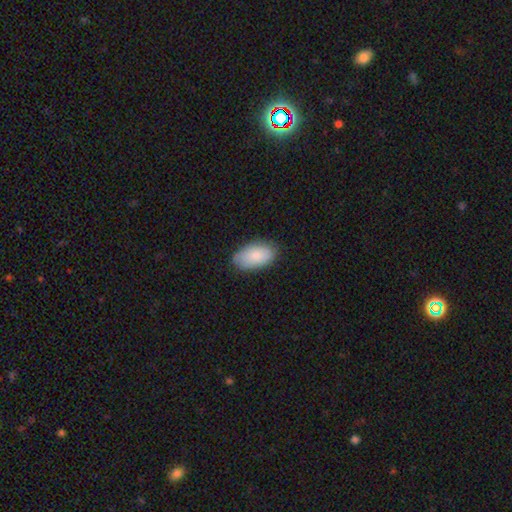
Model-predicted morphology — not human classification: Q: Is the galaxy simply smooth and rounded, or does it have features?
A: smooth — 85%.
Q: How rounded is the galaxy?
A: in between — 95%.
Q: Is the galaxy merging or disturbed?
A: none — 81%.